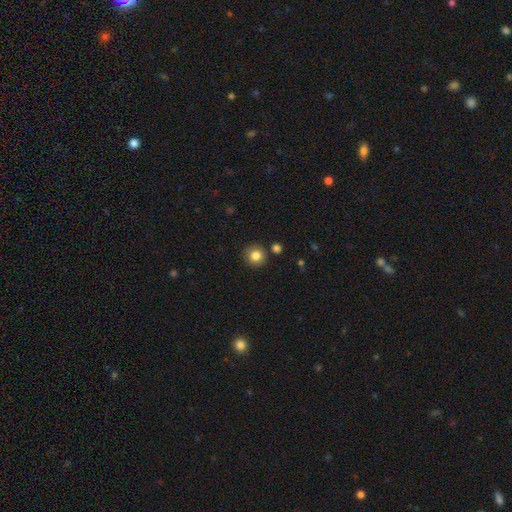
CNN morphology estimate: smooth 84%, star or artifact 10%, featured or disk 6%. Down the decision tree: how rounded — round (93%); merging — none (87%).